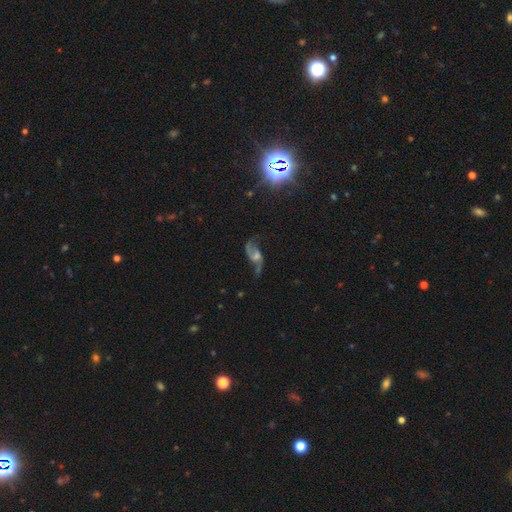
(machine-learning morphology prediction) The model was most divided on "bulge size": moderate: 40%, small: 36%, none: 16%, large: 7%, dominant: 2%. More confident: edge-on disk — no (95%); spiral arms — yes (92%); spiral arm count — 2 (89%); smooth or featured — featured or disk (78%); spiral winding — loose (74%); merging — none (57%); bar — no (51%).